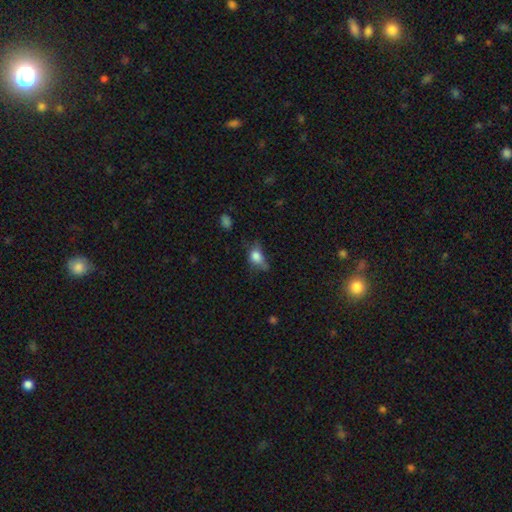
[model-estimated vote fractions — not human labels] smooth-or-featured: smooth: 75% | featured or disk: 14% | star or artifact: 11%
  how-rounded: in between: 59% | round: 38% | cigar-shaped: 3%
  merging: none: 38% | minor disturbance: 33% | major disturbance: 23% | merger: 6%